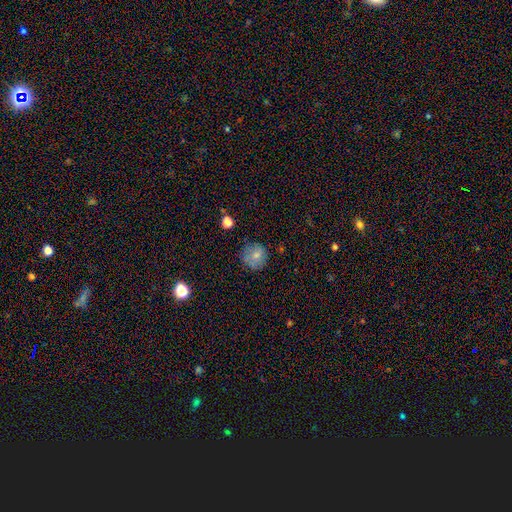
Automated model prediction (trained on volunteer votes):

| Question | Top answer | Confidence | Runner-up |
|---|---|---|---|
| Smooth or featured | smooth | 76% | featured or disk (13%) |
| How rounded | round | 91% | in between (8%) |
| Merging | none | 78% | minor disturbance (16%) |